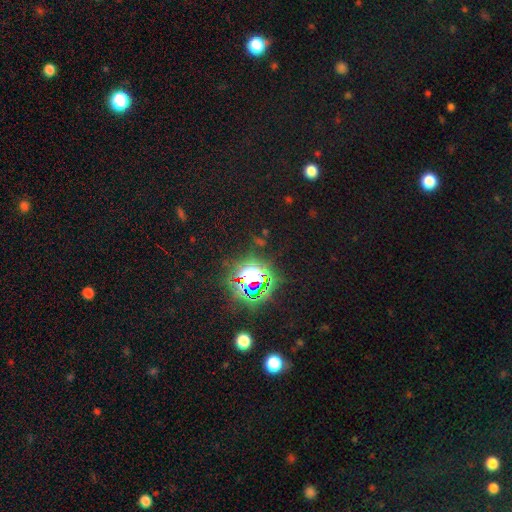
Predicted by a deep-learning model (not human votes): Smooth or featured: star or artifact — 80% (smooth — 13%)